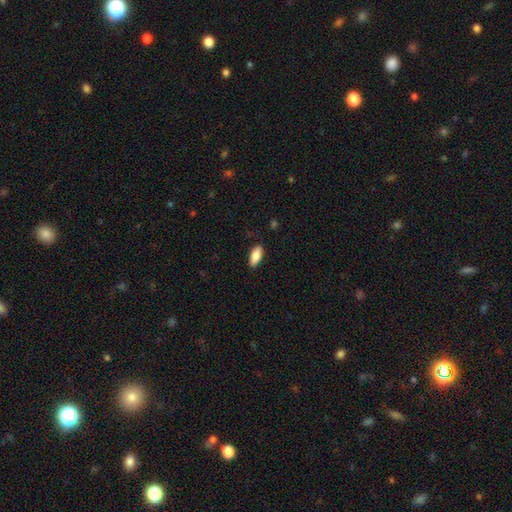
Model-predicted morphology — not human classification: Smooth or featured?
  - smooth: 84% *
  - featured or disk: 10%
  - star or artifact: 6%
How rounded?
  - in between: 84% *
  - cigar-shaped: 14%
  - round: 2%
Merging?
  - none: 86% *
  - minor disturbance: 11%
  - major disturbance: 2%
  - merger: 1%